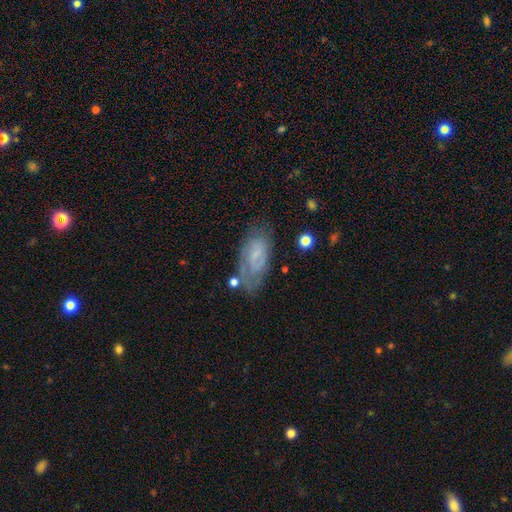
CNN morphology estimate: Smooth or featured: featured or disk — 61% (smooth — 30%)
Edge-on disk: no — 92% (yes — 8%)
Bar: weak — 47% (no — 41%)
Spiral arms: yes — 78% (no — 22%)
Bulge size: small — 49% (none — 31%)
Merging: none — 60% (minor disturbance — 23%)